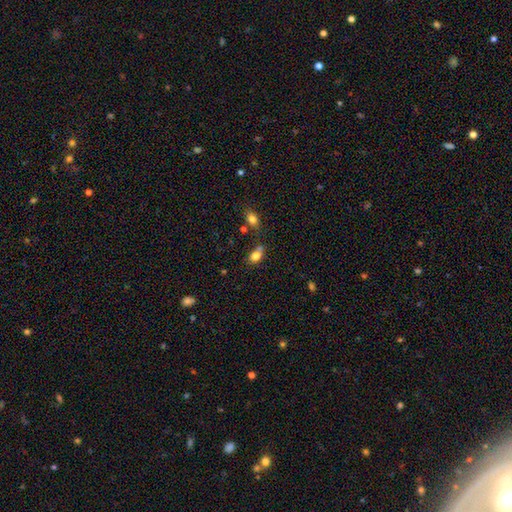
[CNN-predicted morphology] type=smooth (81%); roundness=in between (77%); merging=none (48%).